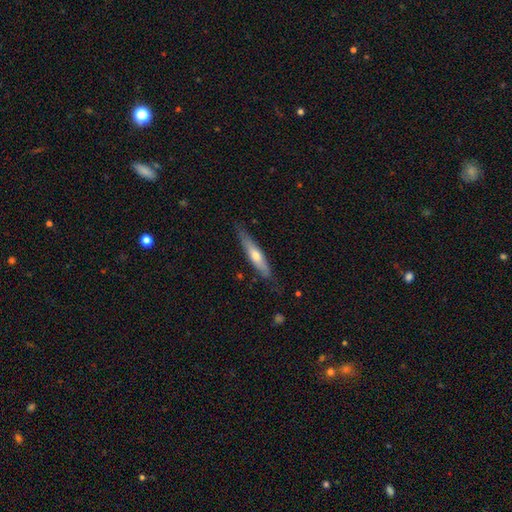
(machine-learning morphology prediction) featured or disk 48%, smooth 46%, star or artifact 6%. Down the decision tree: merging — none (78%).